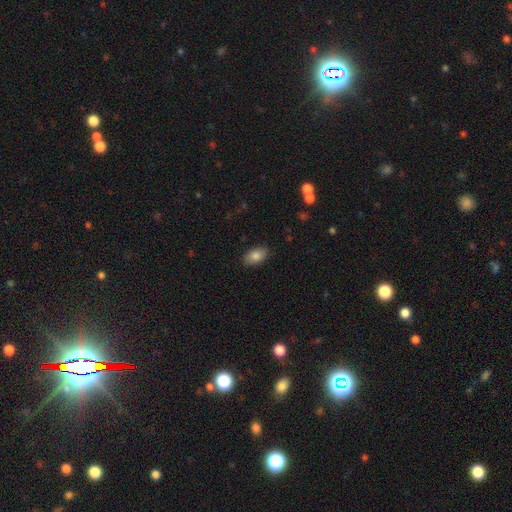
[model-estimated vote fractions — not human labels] smooth_or_featured: smooth (p=0.83) [alt: featured or disk p=0.10]
how_rounded: in between (p=0.92) [alt: round p=0.06]
merging: none (p=0.87) [alt: minor disturbance p=0.10]